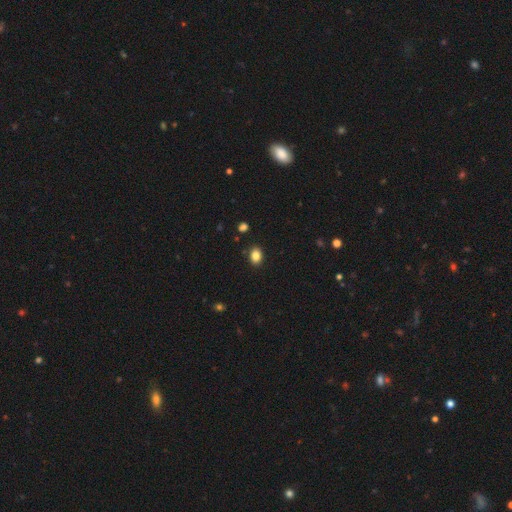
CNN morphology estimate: Smooth or featured? Predicted: smooth (p=0.85). How rounded? Predicted: in between (p=0.71). Merging? Predicted: none (p=0.88).